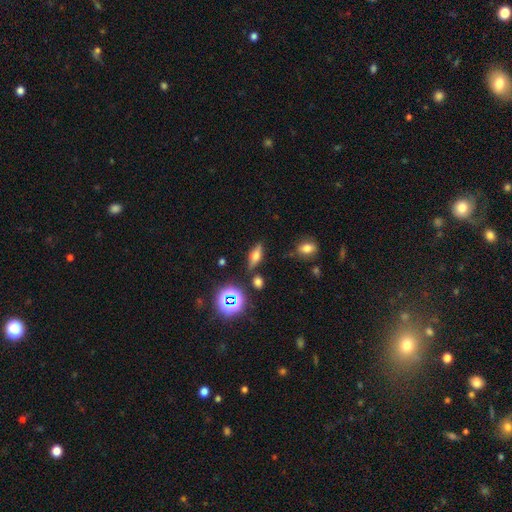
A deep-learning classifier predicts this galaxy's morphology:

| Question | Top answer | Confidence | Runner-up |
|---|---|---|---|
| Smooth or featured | smooth | 46% | featured or disk (37%) |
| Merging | none | 79% | minor disturbance (12%) |